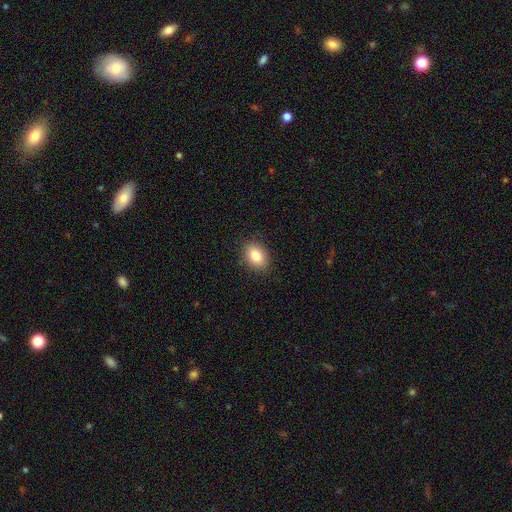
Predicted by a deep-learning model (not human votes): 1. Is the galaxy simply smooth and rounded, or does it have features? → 84% smooth, 8% star or artifact, 8% featured or disk.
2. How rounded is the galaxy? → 79% in between, 19% round, 1% cigar-shaped.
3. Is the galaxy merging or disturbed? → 88% none, 8% minor disturbance, 2% major disturbance, 1% merger.